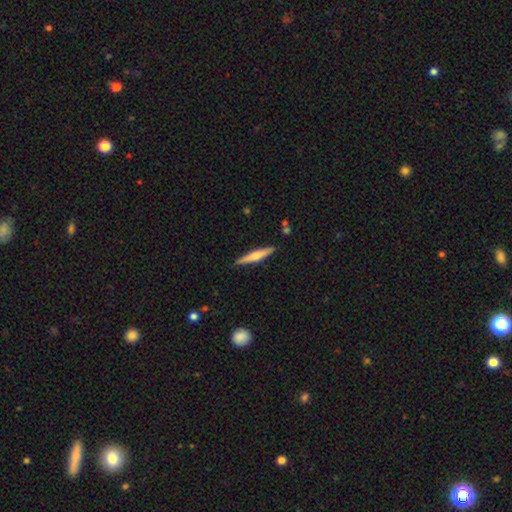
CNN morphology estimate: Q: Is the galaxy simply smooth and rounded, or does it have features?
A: smooth — 48%.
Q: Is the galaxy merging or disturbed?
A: none — 90%.